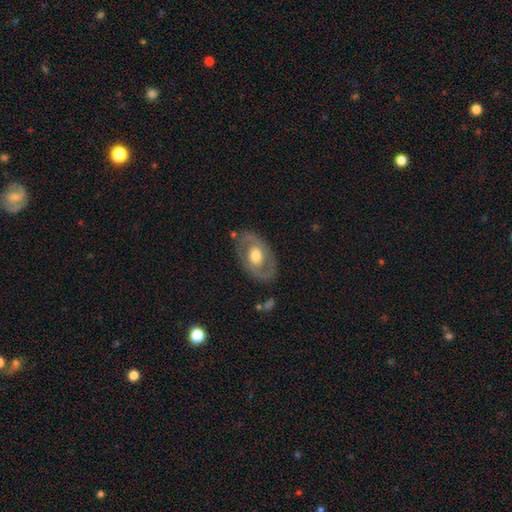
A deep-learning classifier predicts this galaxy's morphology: The model was most divided on "spiral arms": no: 58%, yes: 42%. More confident: edge-on disk — no (92%); merging — none (77%); bar — no (70%); bulge size — moderate (61%); smooth or featured — featured or disk (60%).